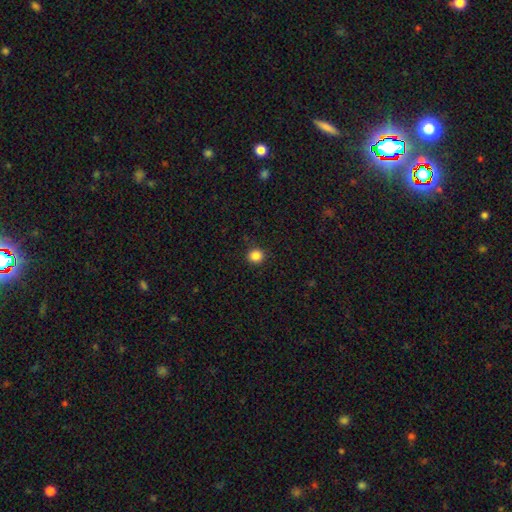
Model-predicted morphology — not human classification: Smooth or featured? smooth (86%)
How rounded? round (92%)
Merging? none (91%)